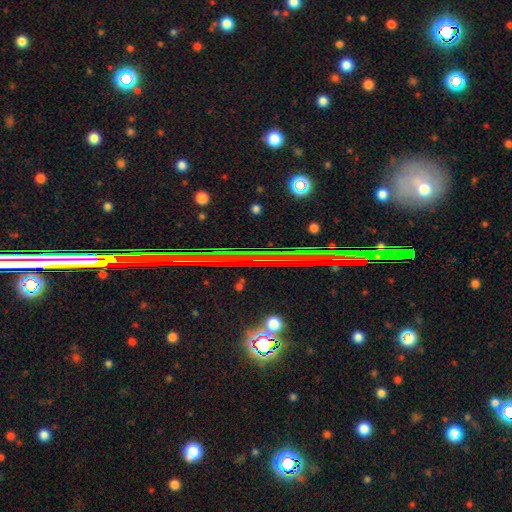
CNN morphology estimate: This is likely a star or artifact rather than a galaxy (62%).